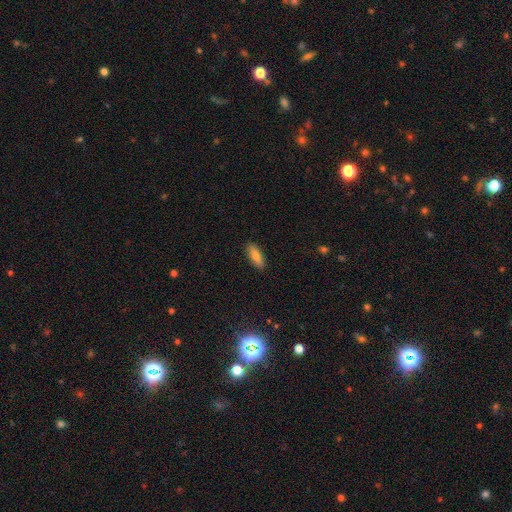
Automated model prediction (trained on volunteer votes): This is likely a smooth galaxy (77%). How rounded: possibly in between (60%). Merging: clearly none (90%).